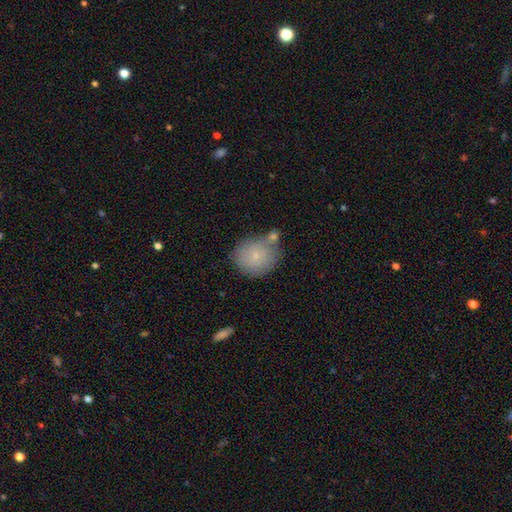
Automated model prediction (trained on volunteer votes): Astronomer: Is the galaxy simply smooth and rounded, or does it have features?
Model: smooth — 77%.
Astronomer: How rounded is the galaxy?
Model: round — 81%.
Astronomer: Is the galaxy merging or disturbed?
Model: none — 55%.